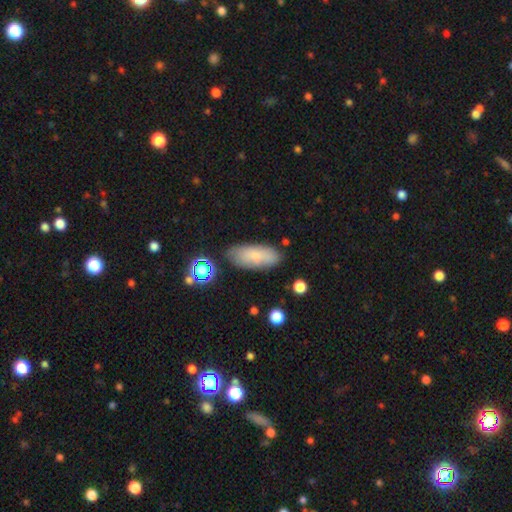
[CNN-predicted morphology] A smooth galaxy with no disk features (77%) that is in between round and cigar-shaped (81%).

Vote fractions:
- Smooth or featured? smooth: 77% / featured or disk: 14% / star or artifact: 9%
- How rounded? in between: 81% / cigar-shaped: 16% / round: 3%
- Merging? none: 77% / minor disturbance: 16% / major disturbance: 4% / merger: 3%